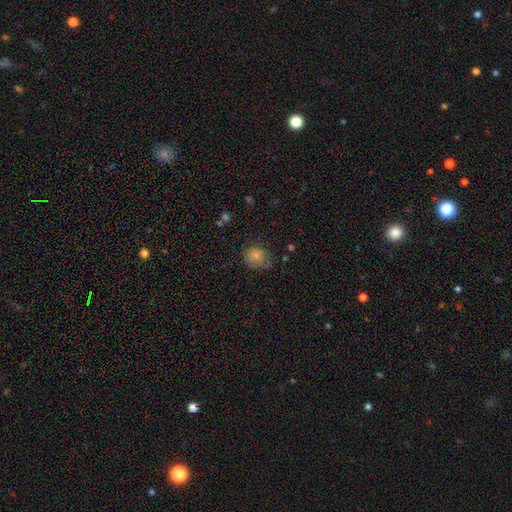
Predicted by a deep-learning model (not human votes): This appears to be a smooth galaxy with no disk features (79%) that is round (70%). Merging: none (53%).